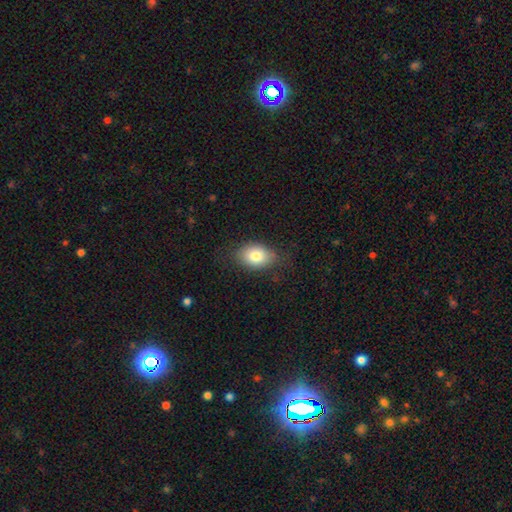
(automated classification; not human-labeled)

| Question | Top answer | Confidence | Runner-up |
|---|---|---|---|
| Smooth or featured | smooth | 79% | featured or disk (12%) |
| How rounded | in between | 74% | round (24%) |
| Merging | none | 75% | minor disturbance (18%) |